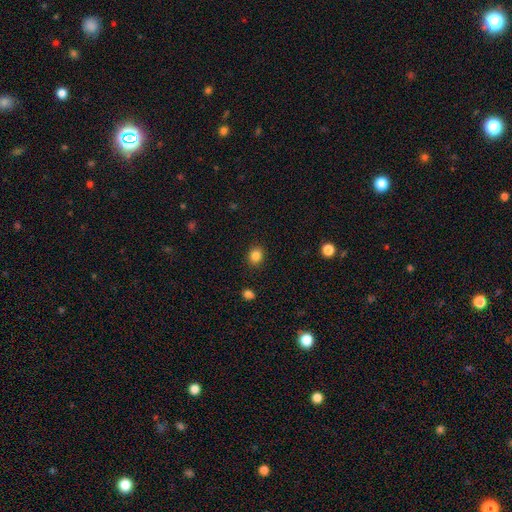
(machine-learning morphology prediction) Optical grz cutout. It shows a smooth galaxy with no disk features (85%) that is round (71%). Merging: none (89%).